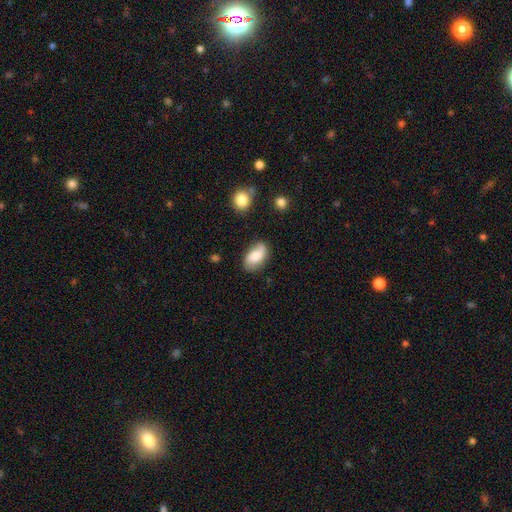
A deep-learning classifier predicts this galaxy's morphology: smooth_or_featured: smooth (p=0.61) [alt: featured or disk p=0.31]
how_rounded: in between (p=0.91) [alt: round p=0.07]
merging: none (p=0.65) [alt: minor disturbance p=0.24]